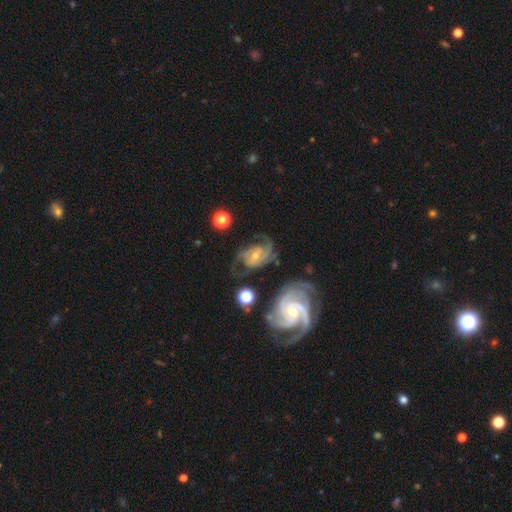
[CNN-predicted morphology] Smooth or featured: featured or disk — 85% (smooth — 8%)
Edge-on disk: no — 97% (yes — 3%)
Bar: weak — 43% (no — 42%)
Spiral arms: yes — 96% (no — 4%)
Spiral winding: medium — 46% (tight — 36%)
Spiral arm count: 2 — 41% (3 — 25%)
Bulge size: moderate — 49% (small — 46%)
Merging: none — 49% (minor disturbance — 22%)